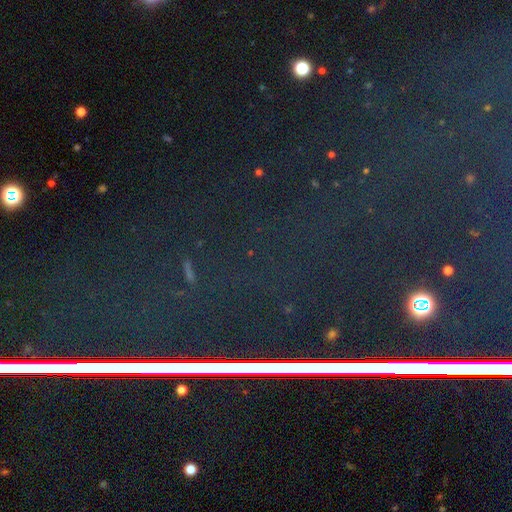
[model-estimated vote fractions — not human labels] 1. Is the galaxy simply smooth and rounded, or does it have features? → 81% star or artifact, 10% smooth, 9% featured or disk.